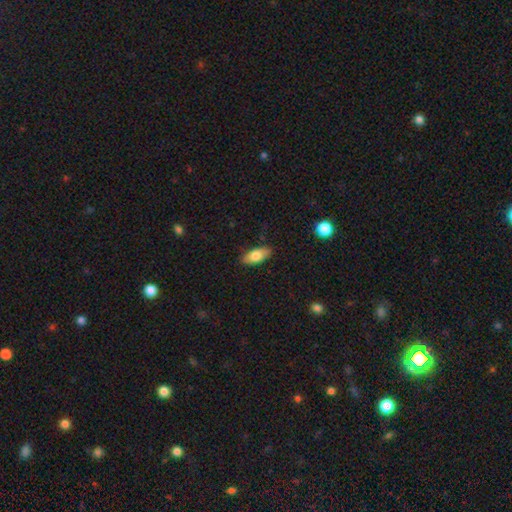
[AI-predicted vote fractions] Smooth or featured: smooth — 78% (featured or disk — 15%)
How rounded: in between — 85% (cigar-shaped — 12%)
Merging: none — 86% (minor disturbance — 11%)